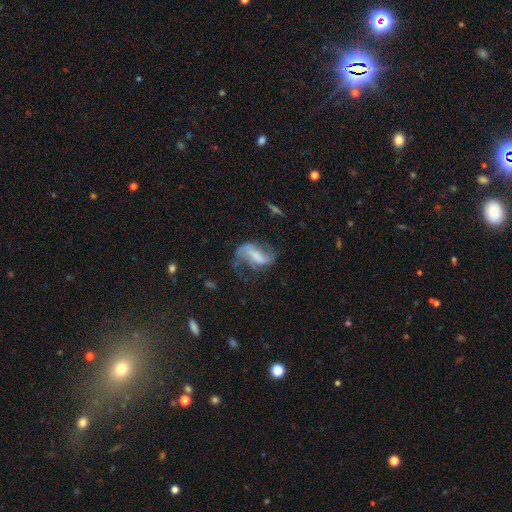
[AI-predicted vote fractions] smooth_or_featured: featured or disk (p=0.66) [alt: smooth p=0.25]
disk_edge_on: no (p=0.95) [alt: yes p=0.05]
bar: strong (p=0.45) [alt: weak p=0.33]
has_spiral_arms: yes (p=0.79) [alt: no p=0.21]
bulge_size: none (p=0.46) [alt: small p=0.20]
merging: none (p=0.38) [alt: major disturbance p=0.37]